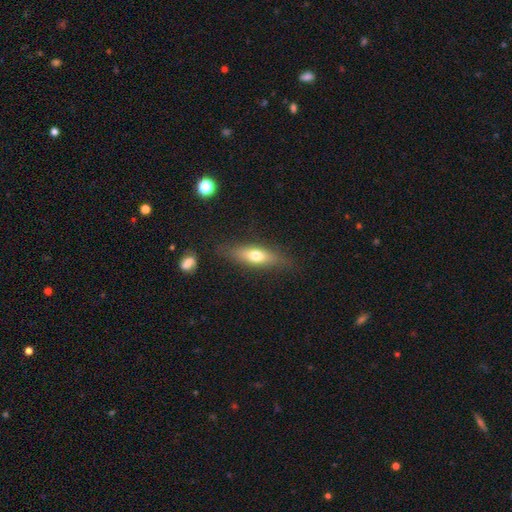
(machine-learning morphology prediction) This appears to be a smooth galaxy with no disk features (63%) that is in between round and cigar-shaped (50%). Merging: none (79%).